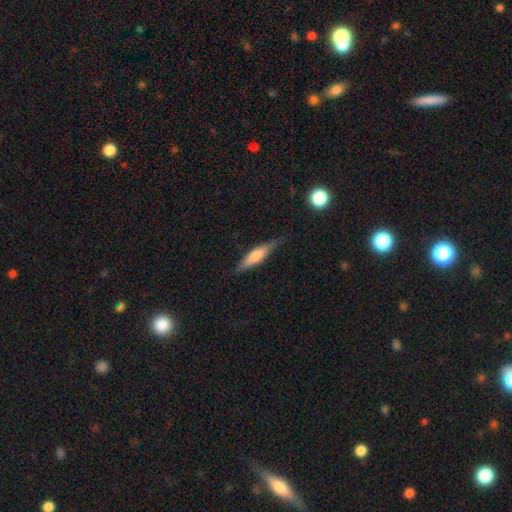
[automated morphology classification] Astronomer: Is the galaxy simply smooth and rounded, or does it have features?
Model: smooth — 55% (runner-up: featured or disk, 39%).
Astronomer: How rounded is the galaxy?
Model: cigar-shaped — 76%.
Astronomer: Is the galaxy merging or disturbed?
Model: none — 80%.